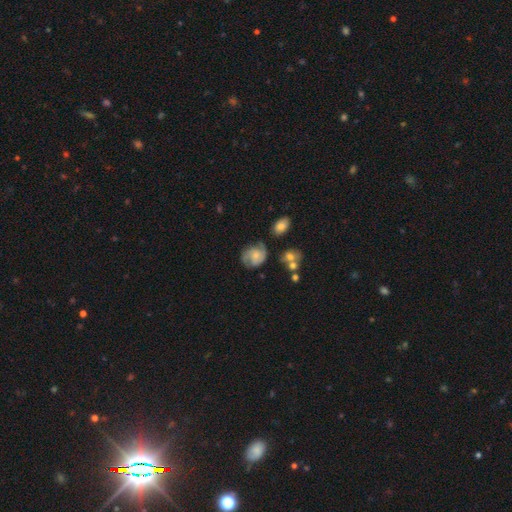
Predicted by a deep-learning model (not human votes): Smooth or featured? Predicted: featured or disk (p=0.71). Edge-on disk? Predicted: no (p=0.98). Bar? Predicted: no (p=0.64). Spiral arms? Predicted: yes (p=0.94). Spiral winding? Predicted: medium (p=0.45). Spiral arm count? Predicted: 2 (p=0.66). Bulge size? Predicted: small (p=0.53). Merging? Predicted: none (p=0.62).